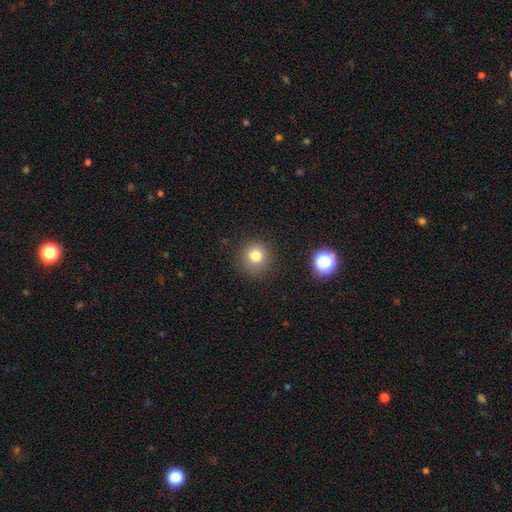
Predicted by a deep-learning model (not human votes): Smooth or featured: smooth — 79% (star or artifact — 13%)
How rounded: round — 91% (in between — 8%)
Merging: none — 85% (minor disturbance — 9%)